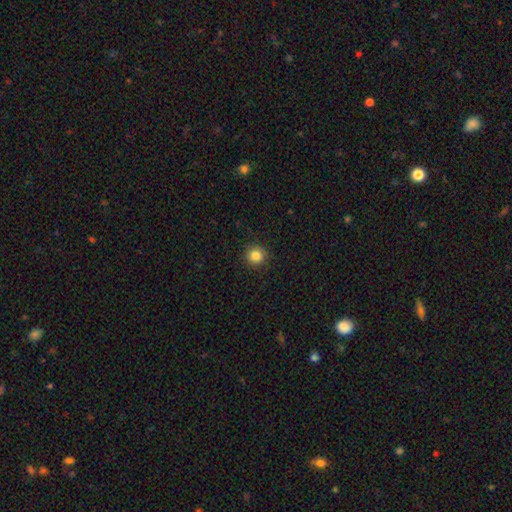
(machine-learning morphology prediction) A smooth galaxy with no disk features (84%) that is round (94%). Merging: none (92%).